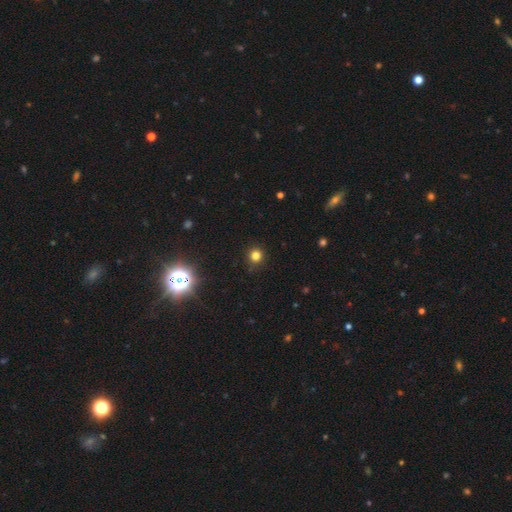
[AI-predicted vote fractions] Smooth or featured: smooth — 78% (star or artifact — 17%)
How rounded: round — 92% (in between — 7%)
Merging: none — 89% (minor disturbance — 7%)